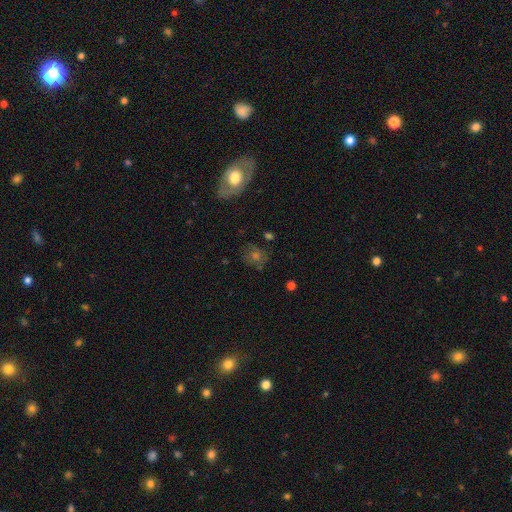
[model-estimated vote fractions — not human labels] A smooth galaxy with no disk features (48%). Merging: none (76%).